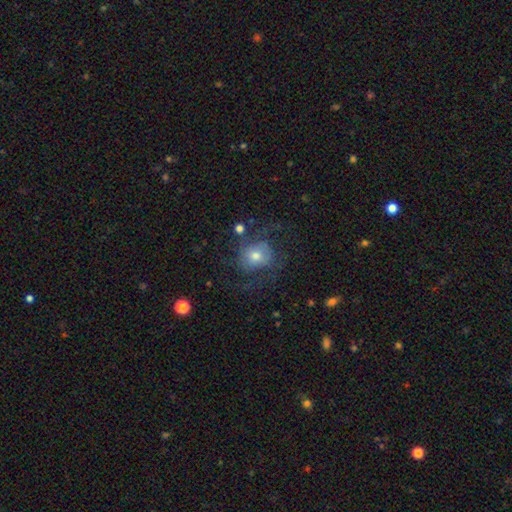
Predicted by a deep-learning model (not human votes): smooth_or_featured: featured or disk (p=0.54) [alt: smooth p=0.36]
disk_edge_on: no (p=0.97) [alt: yes p=0.03]
bar: no (p=0.76) [alt: weak p=0.20]
has_spiral_arms: yes (p=0.74) [alt: no p=0.26]
bulge_size: moderate (p=0.63) [alt: small p=0.25]
merging: none (p=0.55) [alt: major disturbance p=0.24]